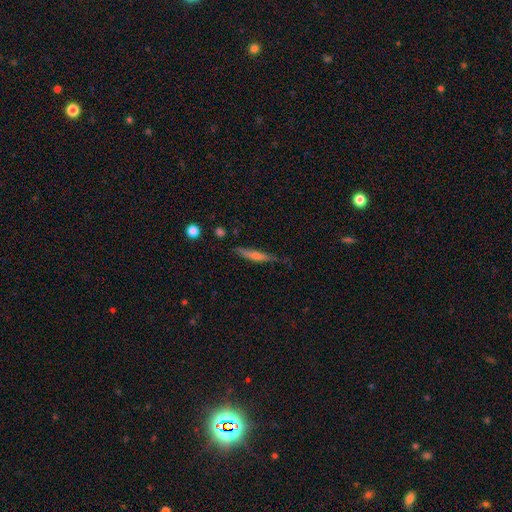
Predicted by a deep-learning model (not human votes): The model was most divided on "smooth or featured": featured or disk: 57%, smooth: 34%, star or artifact: 9%. More confident: edge-on disk — yes (93%); merging — none (79%); edge-on bulge — rounded (67%).